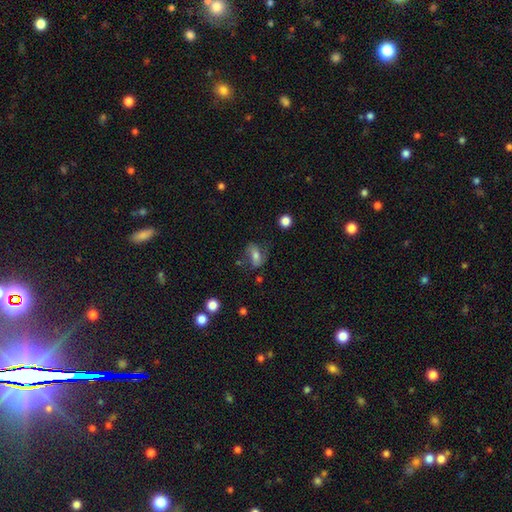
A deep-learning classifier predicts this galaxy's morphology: This is possibly a smooth galaxy (53%). How rounded: likely in between (79%). Merging: possibly none (57%).